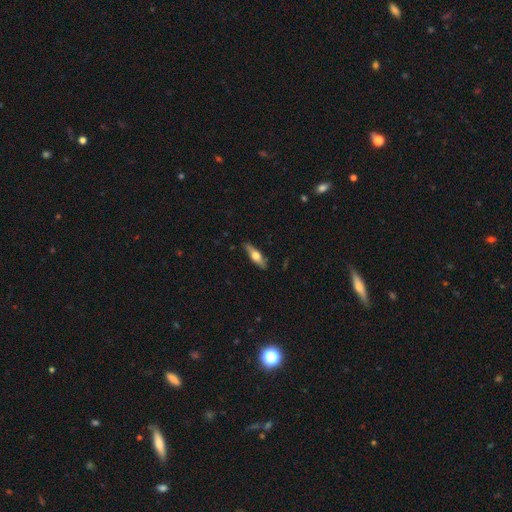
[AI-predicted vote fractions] smooth_or_featured: smooth (p=0.49) [alt: featured or disk p=0.45]
merging: none (p=0.83) [alt: minor disturbance p=0.13]